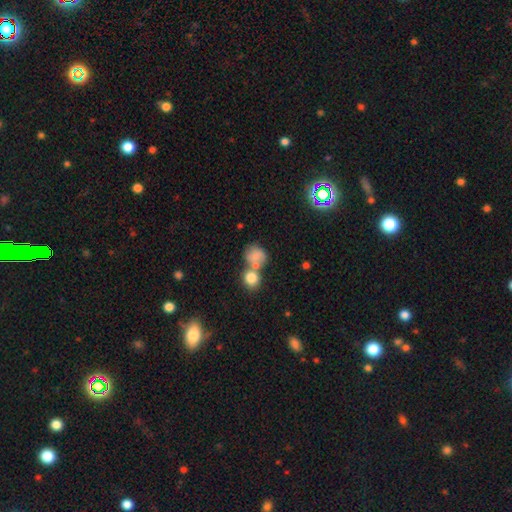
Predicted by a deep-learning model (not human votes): A smooth galaxy with no disk features (76%) that is round (67%). Merging: merger (48%).